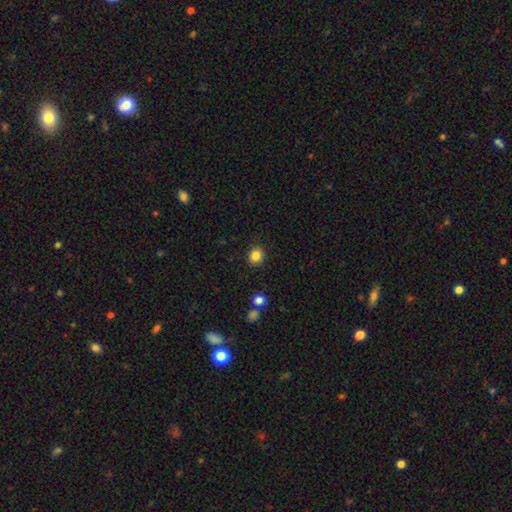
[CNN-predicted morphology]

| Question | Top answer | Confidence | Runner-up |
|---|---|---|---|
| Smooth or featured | smooth | 84% | star or artifact (11%) |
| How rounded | round | 72% | in between (27%) |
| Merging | none | 89% | minor disturbance (8%) |